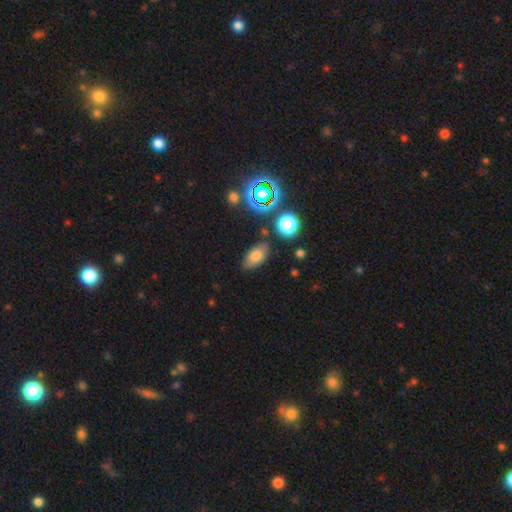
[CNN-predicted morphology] Q: Smooth or featured?
A: smooth (73%); runner-up: star or artifact (17%)
Q: How rounded?
A: in between (89%); runner-up: round (8%)
Q: Merging?
A: none (74%); runner-up: minor disturbance (17%)